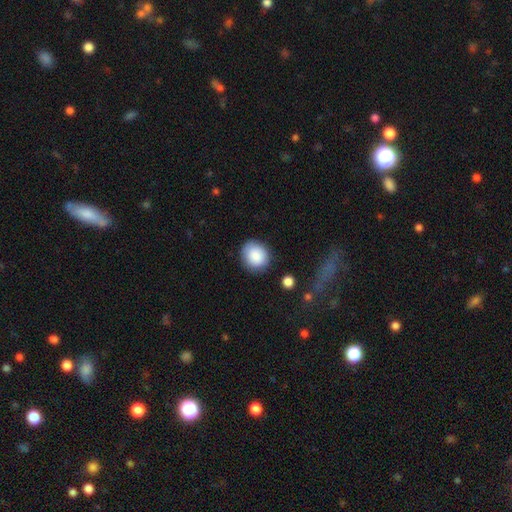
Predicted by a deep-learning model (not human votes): A smooth galaxy with no disk features (87%) that is round (83%).

Vote fractions:
- Smooth or featured? smooth: 87% / star or artifact: 7% / featured or disk: 5%
- How rounded? round: 83% / in between: 16% / cigar-shaped: 1%
- Merging? none: 84% / minor disturbance: 11% / major disturbance: 3% / merger: 2%